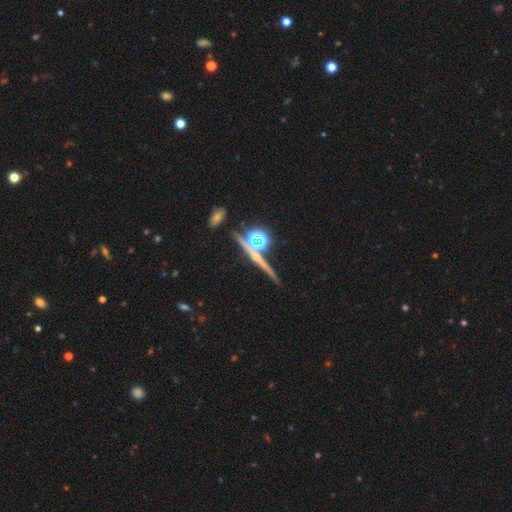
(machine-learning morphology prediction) type=star or artifact (43%).